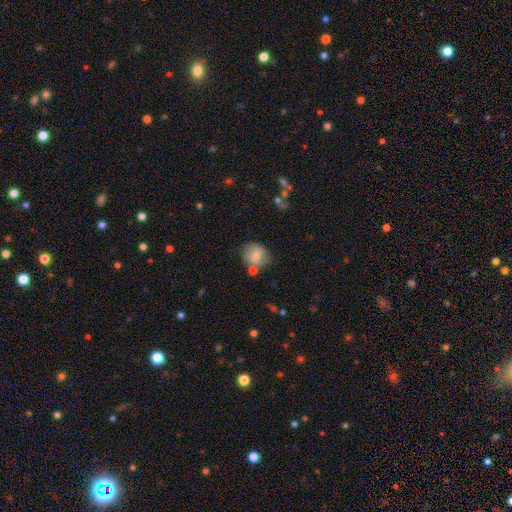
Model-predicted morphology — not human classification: This appears to be a smooth galaxy with no disk features (73%) that is round (78%). Merging: none (62%).